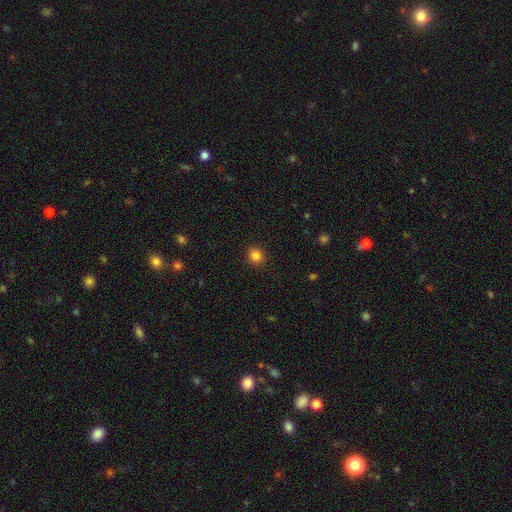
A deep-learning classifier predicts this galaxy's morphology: Q: Smooth or featured?
A: smooth (85%); runner-up: star or artifact (12%)
Q: How rounded?
A: round (79%); runner-up: in between (20%)
Q: Merging?
A: none (91%); runner-up: minor disturbance (6%)